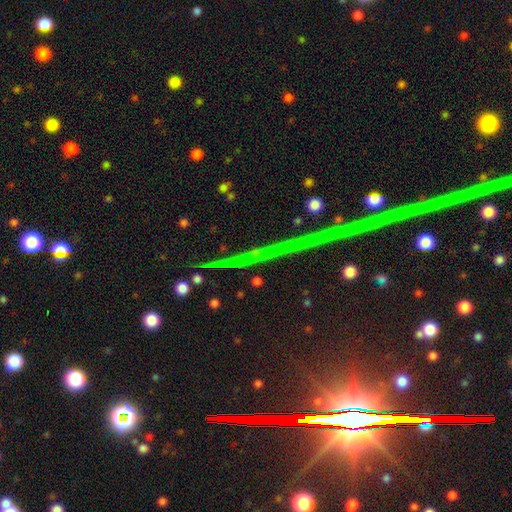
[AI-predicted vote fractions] Smooth or featured? Predicted: star or artifact (p=0.74).